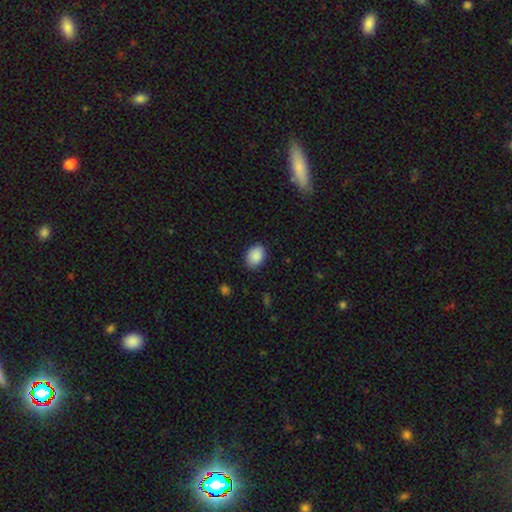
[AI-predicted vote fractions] The model was most divided on "how rounded": in between: 75%, round: 24%, cigar-shaped: 1%. More confident: smooth or featured — smooth (90%); merging — none (86%).